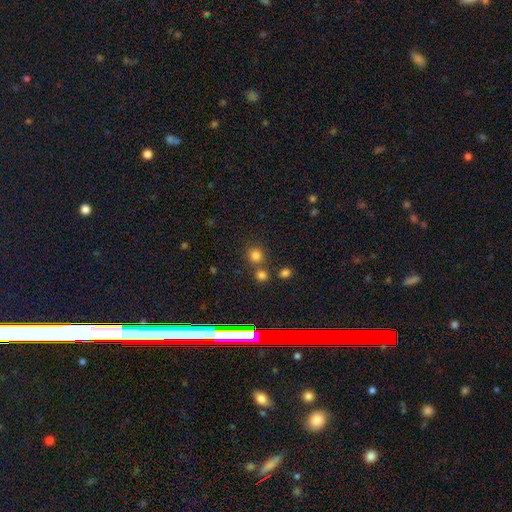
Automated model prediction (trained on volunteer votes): Q: Smooth or featured?
A: smooth (74%); runner-up: star or artifact (20%)
Q: How rounded?
A: round (90%); runner-up: in between (9%)
Q: Merging?
A: none (69%); runner-up: merger (21%)